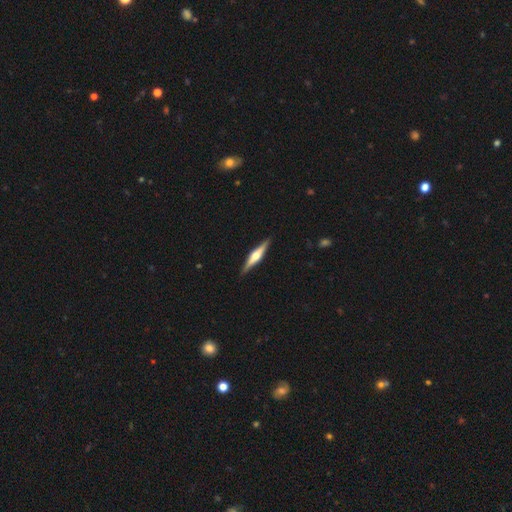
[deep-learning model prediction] smooth_or_featured: featured or disk (p=0.75) [alt: smooth p=0.20]
disk_edge_on: yes (p=0.98) [alt: no p=0.02]
edge_on_bulge: rounded (p=0.89) [alt: boxy p=0.08]
merging: none (p=0.90) [alt: minor disturbance p=0.07]